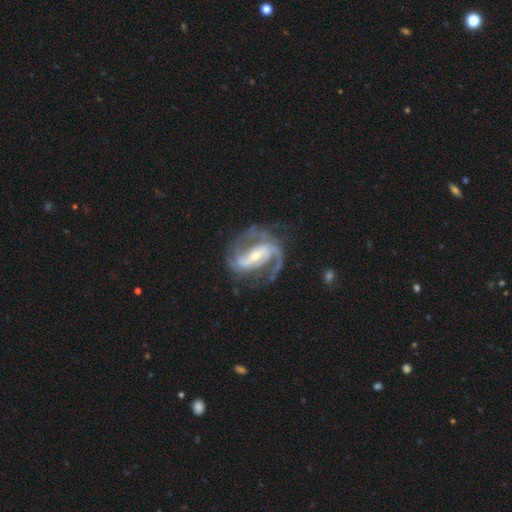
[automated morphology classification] The model was most divided on "bulge size": small: 57%, moderate: 37%, large: 3%, none: 2%, dominant: 1%. More confident: spiral arms — yes (98%); edge-on disk — no (97%); smooth or featured — featured or disk (92%); spiral arm count — 2 (72%); merging — none (68%); bar — strong (56%); spiral winding — medium (54%).